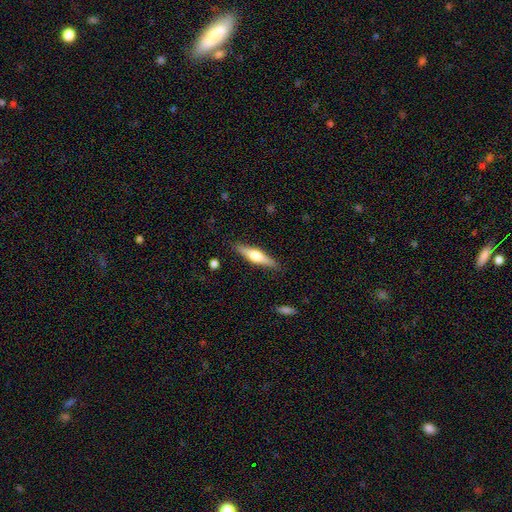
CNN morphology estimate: Q: Smooth or featured?
A: featured or disk (61%); runner-up: smooth (34%)
Q: Edge-on disk?
A: yes (97%); runner-up: no (3%)
Q: Edge-on bulge?
A: rounded (93%); runner-up: boxy (5%)
Q: Merging?
A: none (89%); runner-up: minor disturbance (8%)